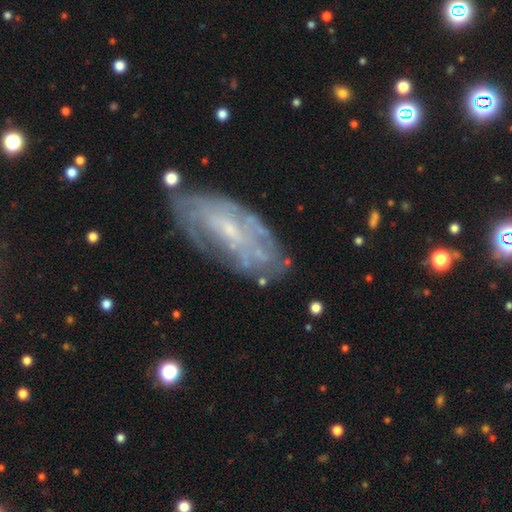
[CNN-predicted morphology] Overall: featured or disk (70%). Edge-on disk: no (91%). Bar: no (56%; weak 35%). Spiral arms: yes (62%; no 38%). Bulge size: small (61%; moderate 22%). Merging: none (64%).